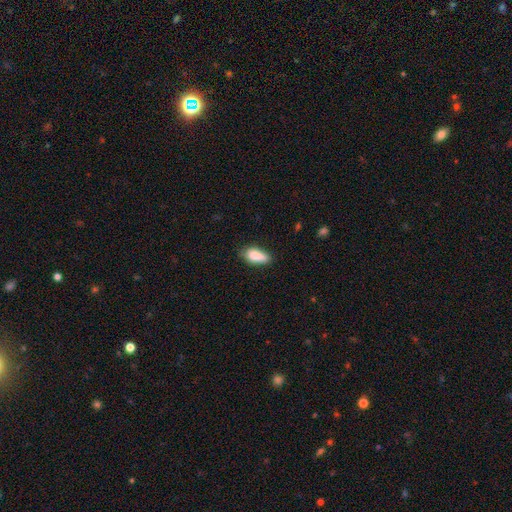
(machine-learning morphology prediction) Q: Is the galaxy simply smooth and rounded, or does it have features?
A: smooth — 84%.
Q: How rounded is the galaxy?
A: in between — 85%.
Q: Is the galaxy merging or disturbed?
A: none — 62%.